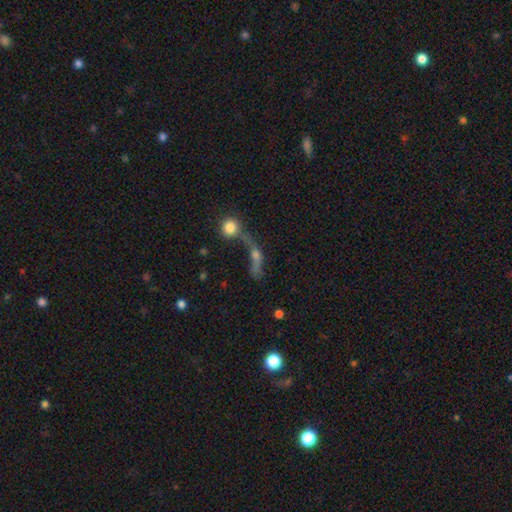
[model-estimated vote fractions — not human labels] A featured or disk galaxy (41%, tied with smooth). Merging: merger (47%).